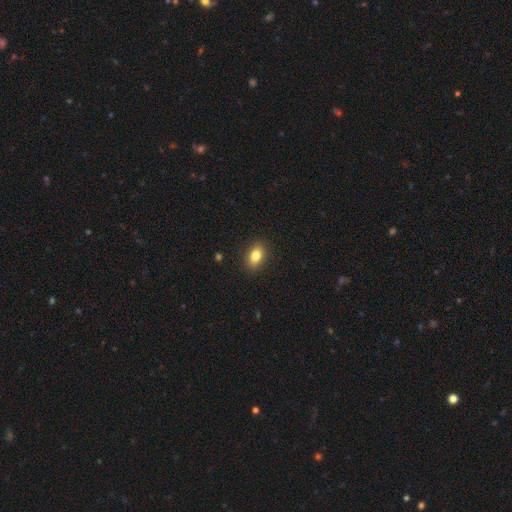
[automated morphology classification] The model was most divided on "how rounded": in between: 85%, round: 12%, cigar-shaped: 3%. More confident: merging — none (89%); smooth or featured — smooth (83%).